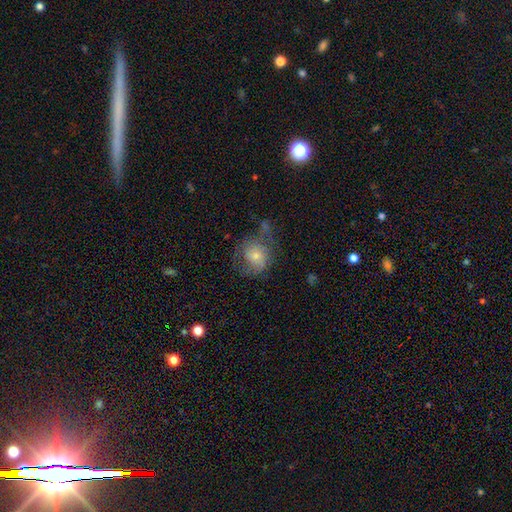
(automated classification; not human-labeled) Smooth or featured? Predicted: featured or disk (p=0.45). Merging? Predicted: none (p=0.50).